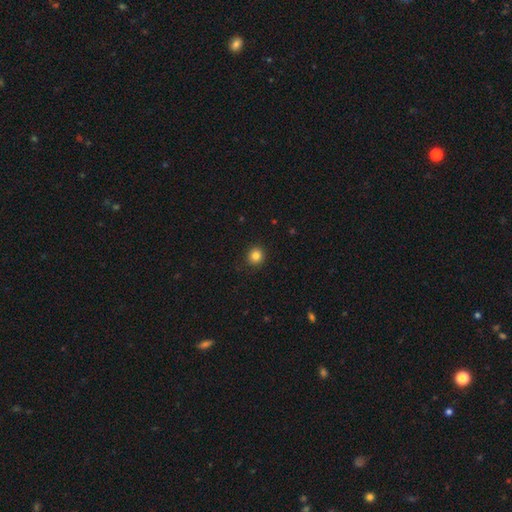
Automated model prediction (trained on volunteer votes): smooth_or_featured: smooth (p=0.84) [alt: star or artifact p=0.11]
how_rounded: round (p=0.91) [alt: in between p=0.08]
merging: none (p=0.91) [alt: minor disturbance p=0.06]